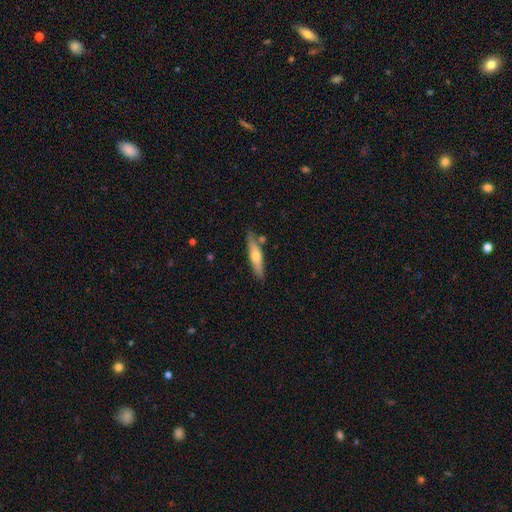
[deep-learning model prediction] A smooth galaxy with no disk features (52%) that is cigar-shaped (76%). Merging: none (77%).